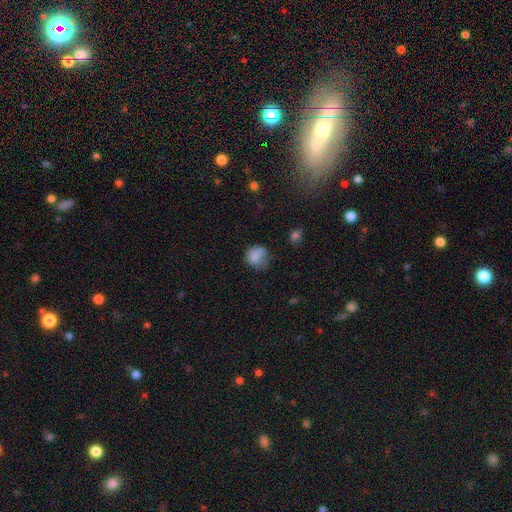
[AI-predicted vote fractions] A smooth galaxy with no disk features (77%) that is round (68%). Merging: none (44%).